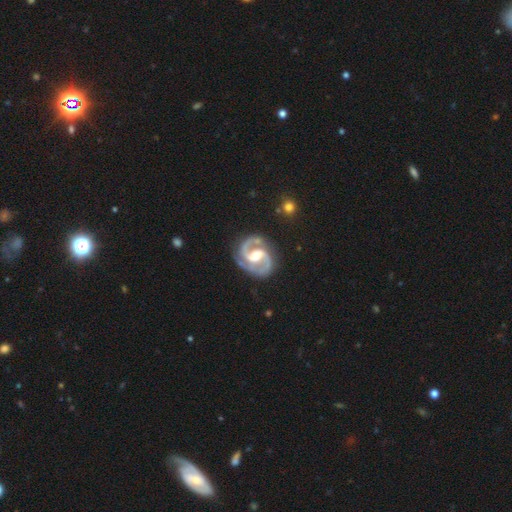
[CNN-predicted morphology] This appears to be a featured or disk galaxy (94%) with a weak bar (46%), 2 (93%) medium (63%) spiral arms (99%) and a moderate central bulge (71%). Merging: none (80%).